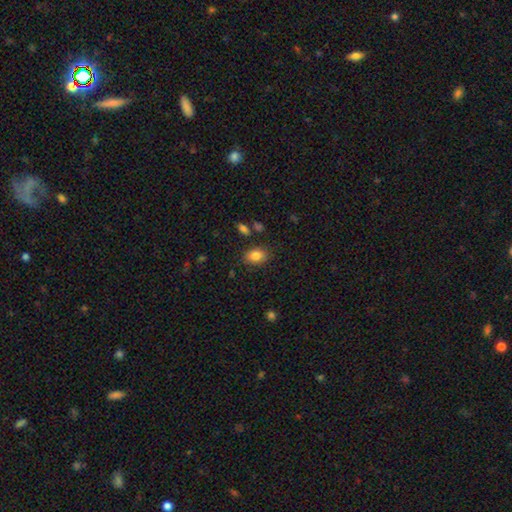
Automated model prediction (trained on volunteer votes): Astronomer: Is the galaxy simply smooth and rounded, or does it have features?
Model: smooth — 84%.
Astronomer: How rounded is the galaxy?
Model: in between — 72%.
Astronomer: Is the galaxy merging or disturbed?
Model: none — 83%.